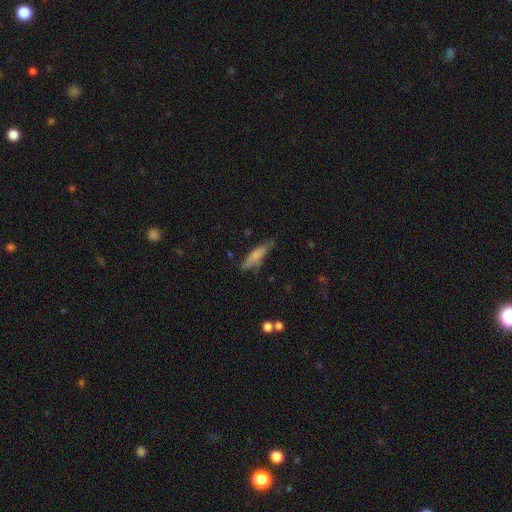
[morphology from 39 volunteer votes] A smooth galaxy with no disk features (90%) that is cigar-shaped (57%).

Vote fractions:
- Smooth or featured? smooth: 90% / featured or disk: 8% / star or artifact: 3%
- How rounded? cigar-shaped: 57% / in between: 43% / round: 0%
- Merging? none: 47% / minor disturbance: 39% / major disturbance: 8% / merger: 5%